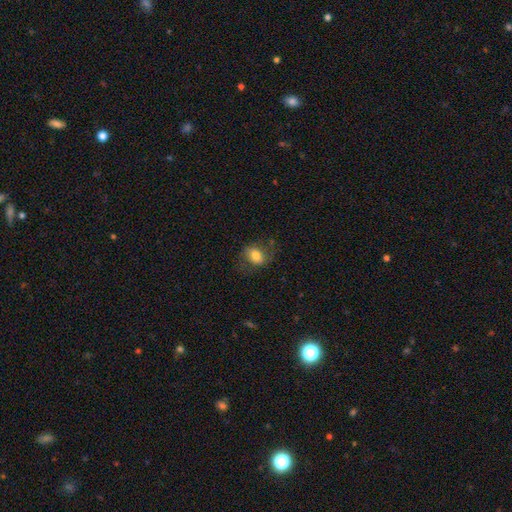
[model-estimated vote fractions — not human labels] smooth-or-featured: smooth: 73% | featured or disk: 18% | star or artifact: 8%
  how-rounded: in between: 64% | round: 34% | cigar-shaped: 1%
  merging: none: 68% | minor disturbance: 20% | major disturbance: 11% | merger: 1%